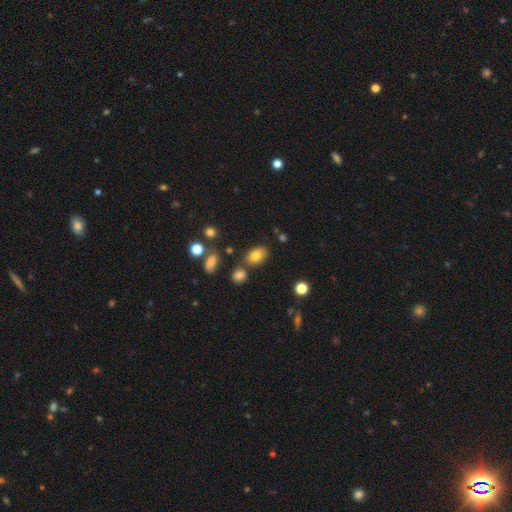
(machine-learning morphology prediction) Smooth or featured? Predicted: smooth (p=0.79). How rounded? Predicted: in between (p=0.87). Merging? Predicted: none (p=0.77).